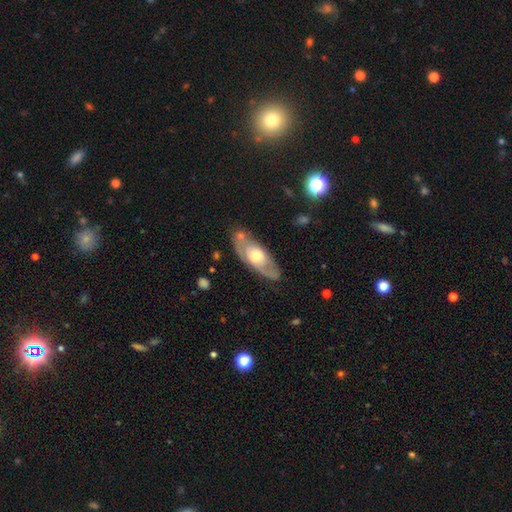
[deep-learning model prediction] The model was most divided on "smooth or featured": featured or disk: 58%, smooth: 37%, star or artifact: 5%. More confident: edge-on disk — no (75%); merging — none (74%).